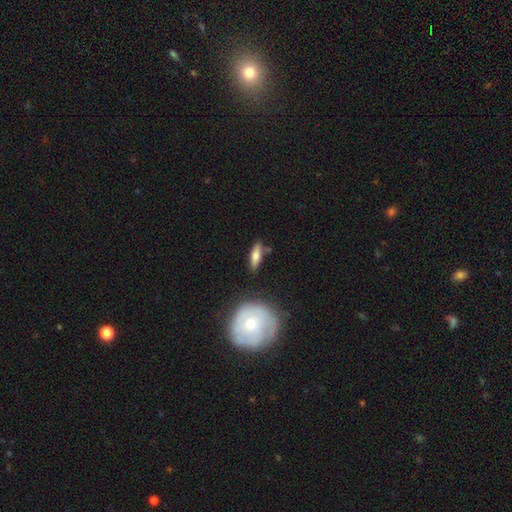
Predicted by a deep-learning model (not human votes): smooth-or-featured: smooth: 66% | featured or disk: 27% | star or artifact: 7%
  how-rounded: cigar-shaped: 48% (tied) | in between: 48% (tied) | round: 3%
  merging: none: 78% | minor disturbance: 14% | merger: 5% | major disturbance: 3%